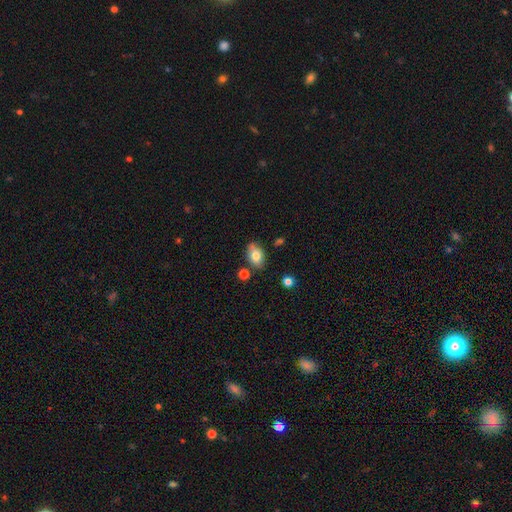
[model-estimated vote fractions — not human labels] A smooth galaxy with no disk features (77%) that is in between round and cigar-shaped (82%).

Vote fractions:
- Smooth or featured? smooth: 77% / featured or disk: 14% / star or artifact: 9%
- How rounded? in between: 82% / round: 16% / cigar-shaped: 2%
- Merging? none: 71% / minor disturbance: 18% / merger: 8% / major disturbance: 4%